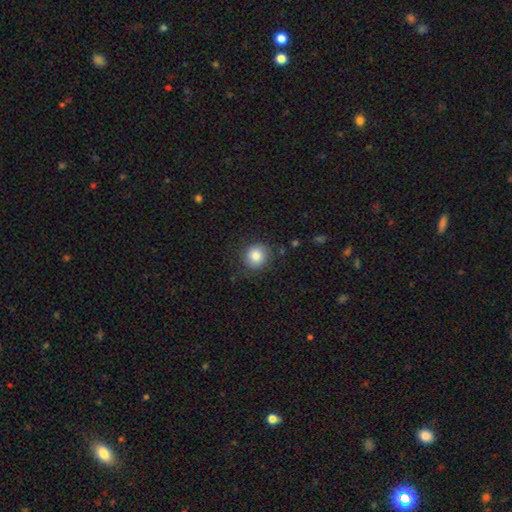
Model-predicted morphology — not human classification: The model was most divided on "merging": none: 81%, minor disturbance: 13%, major disturbance: 5%, merger: 1%. More confident: how rounded — round (89%); smooth or featured — smooth (84%).